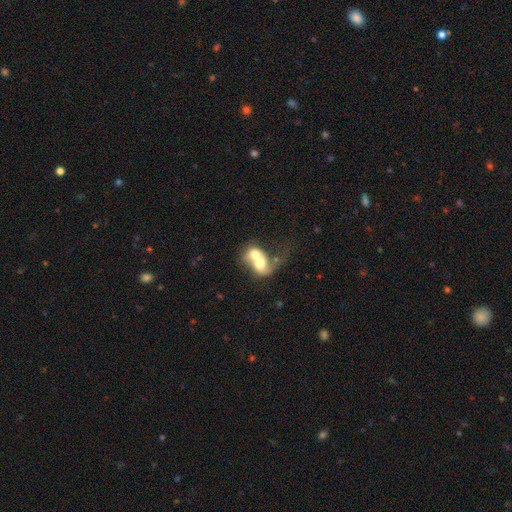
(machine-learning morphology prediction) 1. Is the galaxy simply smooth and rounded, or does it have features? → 50% smooth, 43% featured or disk, 8% star or artifact.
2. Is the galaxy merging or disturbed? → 80% merger, 9% none, 7% major disturbance, 4% minor disturbance.